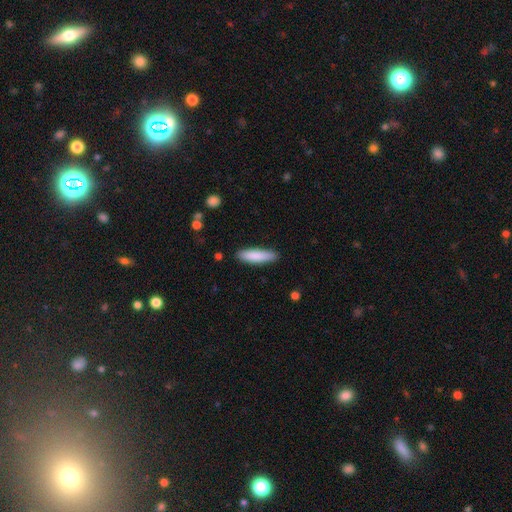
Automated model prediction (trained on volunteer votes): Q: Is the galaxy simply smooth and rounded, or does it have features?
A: smooth — 85%.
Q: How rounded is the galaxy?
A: cigar-shaped — 73%.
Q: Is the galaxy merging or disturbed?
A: none — 87%.